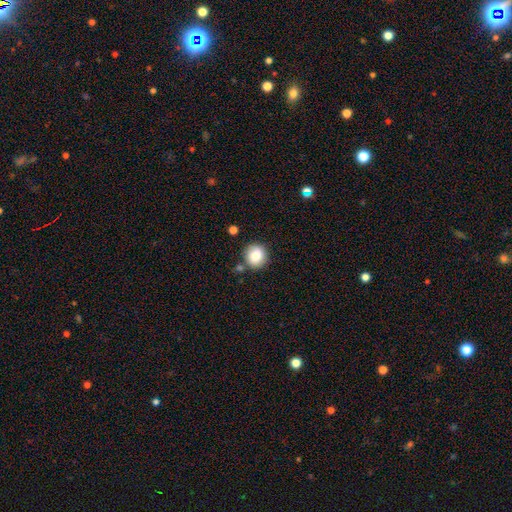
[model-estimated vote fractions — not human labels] Overall: smooth (85%). How rounded: round (88%). Merging: none (80%).